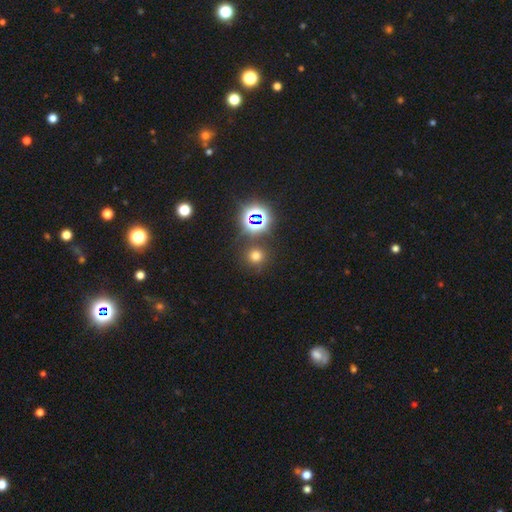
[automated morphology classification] A smooth galaxy with no disk features (64%) that is round (92%). Merging: none (83%).